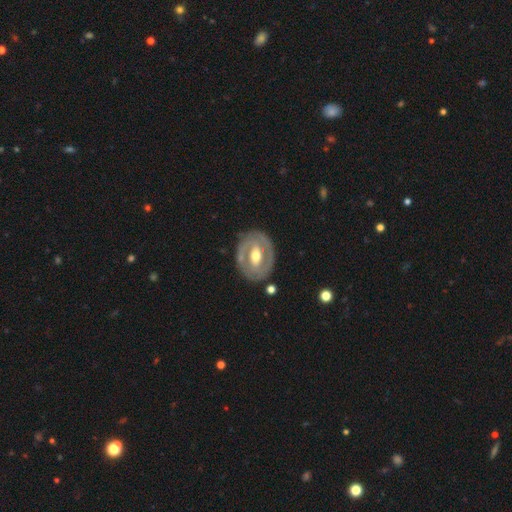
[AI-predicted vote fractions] Smooth or featured? Predicted: featured or disk (p=0.74). Edge-on disk? Predicted: no (p=0.95). Bar? Predicted: strong (p=0.41). Spiral arms? Predicted: yes (p=0.53). Bulge size? Predicted: moderate (p=0.75). Merging? Predicted: none (p=0.78).